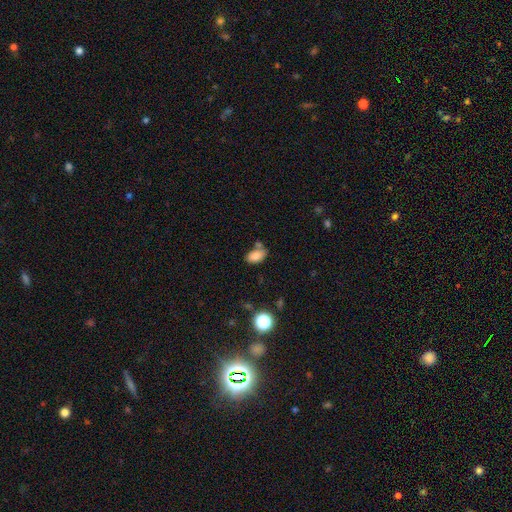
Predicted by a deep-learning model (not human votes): Morphology: type=smooth (83%); roundness=in between (91%); merging=none (56%).